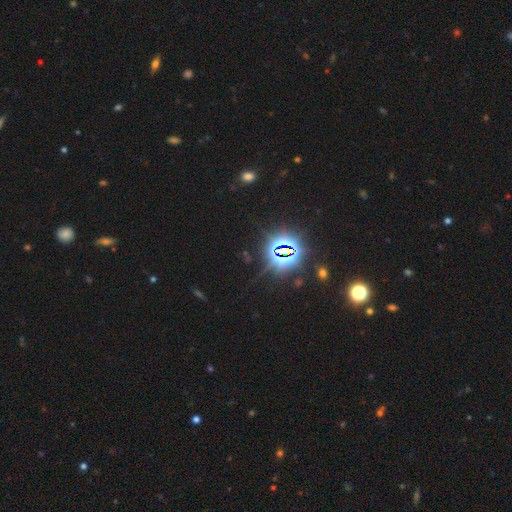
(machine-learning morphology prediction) This is clearly a star or artifact rather than a galaxy (82%).